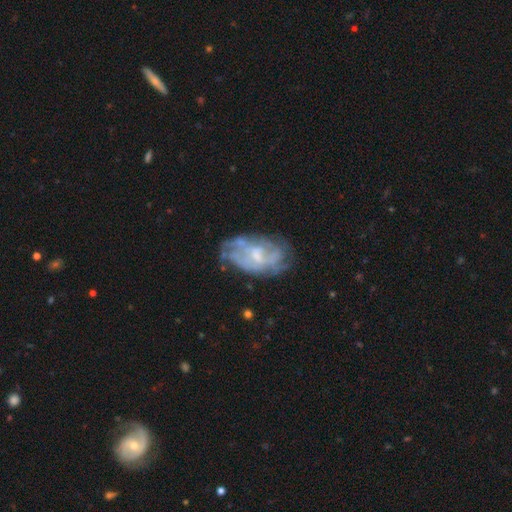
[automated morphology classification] Smooth or featured?
  - featured or disk: 73% *
  - smooth: 20%
  - star or artifact: 7%
Edge-on disk?
  - no: 96% *
  - yes: 4%
Bar?
  - no: 49% *
  - weak: 43%
  - strong: 8%
Spiral arms?
  - yes: 63% *
  - no: 37%
Bulge size?
  - small: 43% *
  - moderate: 36%
  - none: 16%
  - large: 3%
  - dominant: 1%
Merging?
  - none: 54% *
  - minor disturbance: 25%
  - major disturbance: 17%
  - merger: 4%